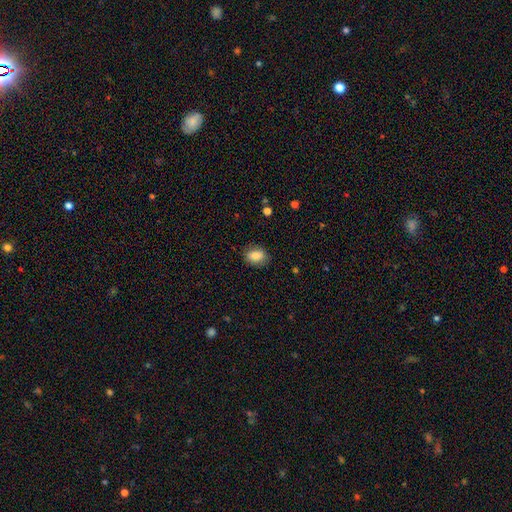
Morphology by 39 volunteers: Smooth or featured: smooth — 87% (featured or disk — 8%)
How rounded: in between — 68% (round — 32%)
Merging: none — 81% (minor disturbance — 16%)